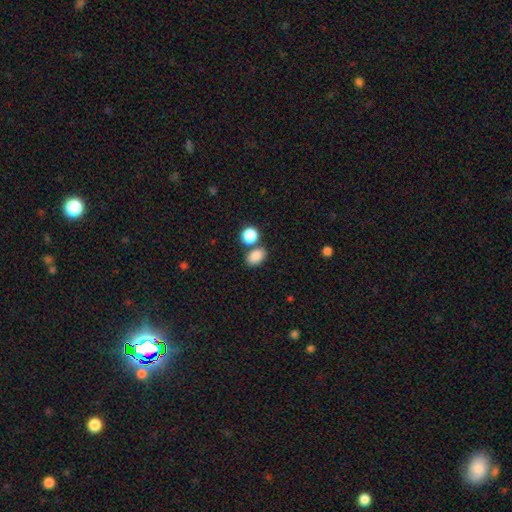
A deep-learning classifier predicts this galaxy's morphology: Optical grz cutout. It shows a smooth galaxy with no disk features (86%) that is in between round and cigar-shaped (72%). Merging: none (62%).